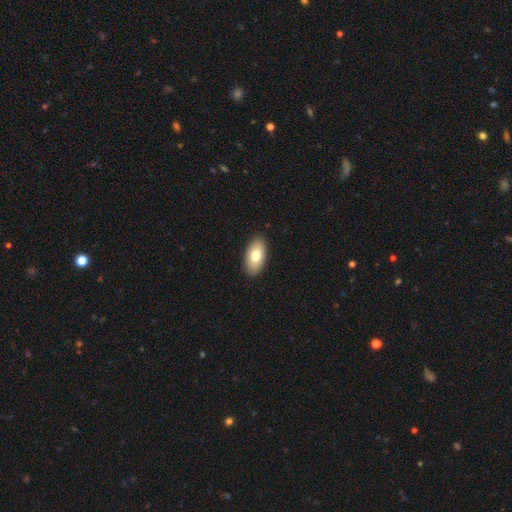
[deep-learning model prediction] smooth 78%, featured or disk 15%, star or artifact 6%. Down the decision tree: how rounded — in between (95%); merging — none (89%).